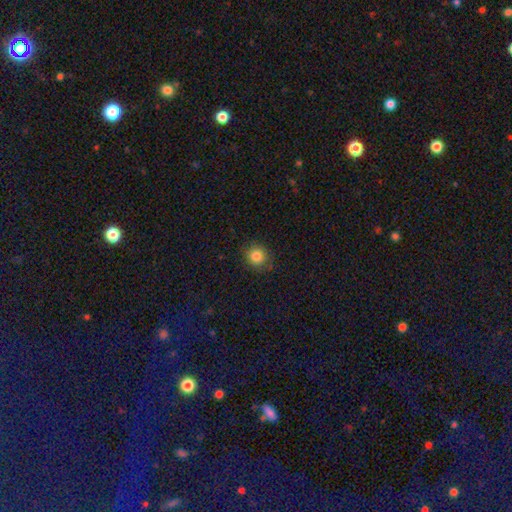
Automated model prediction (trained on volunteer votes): A smooth galaxy with no disk features (84%) that is round (88%). Merging: none (86%).